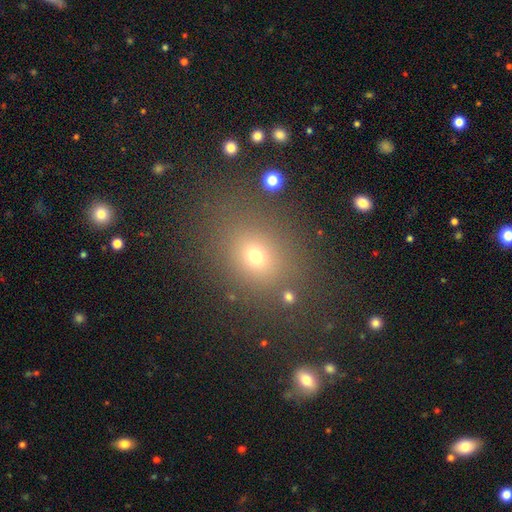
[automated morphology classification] Overall: smooth (69%). How rounded: round (53%; in between 46%). Merging: none (79%).